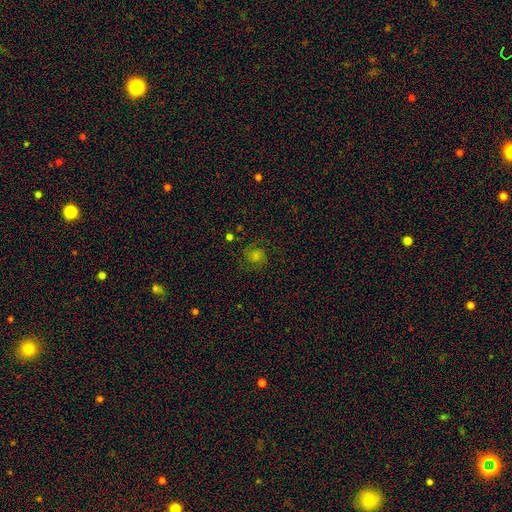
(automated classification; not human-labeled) Q: Smooth or featured?
A: featured or disk (48%); runner-up: smooth (30%)
Q: Merging?
A: none (78%); runner-up: minor disturbance (13%)